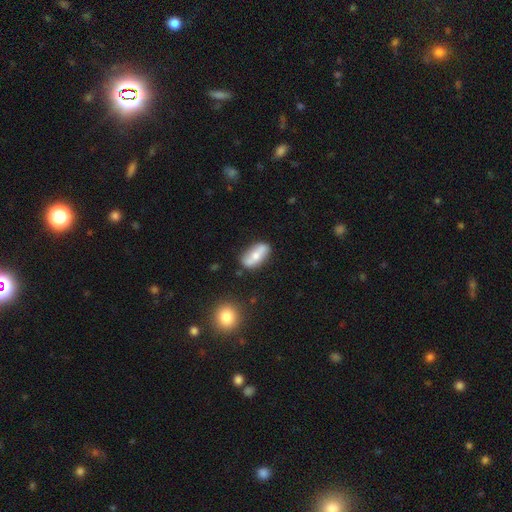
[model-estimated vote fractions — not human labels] A smooth galaxy with no disk features (53%) that is in between round and cigar-shaped (82%).

Vote fractions:
- Smooth or featured? smooth: 53% / featured or disk: 41% / star or artifact: 7%
- How rounded? in between: 82% / cigar-shaped: 14% / round: 5%
- Merging? none: 76% / minor disturbance: 16% / merger: 4% / major disturbance: 4%